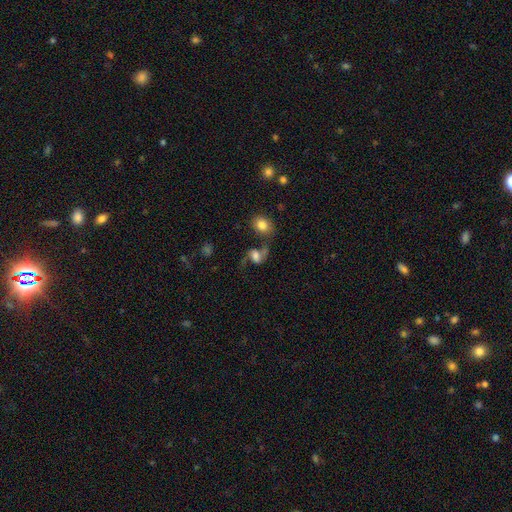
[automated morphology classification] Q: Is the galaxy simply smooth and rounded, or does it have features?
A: featured or disk — 54%.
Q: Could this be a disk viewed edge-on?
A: no — 96%.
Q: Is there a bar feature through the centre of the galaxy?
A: no — 47%.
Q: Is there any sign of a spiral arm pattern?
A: yes — 85%.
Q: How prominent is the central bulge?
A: moderate — 36%.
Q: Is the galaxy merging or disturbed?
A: none — 42%.